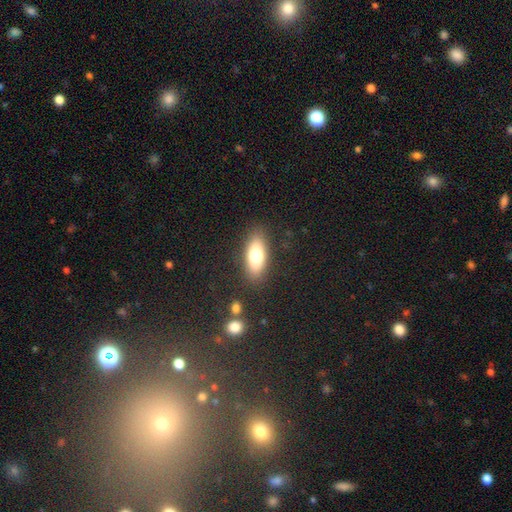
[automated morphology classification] smooth_or_featured: smooth (p=0.75) [alt: featured or disk p=0.18]
how_rounded: in between (p=0.77) [alt: cigar-shaped p=0.20]
merging: none (p=0.85) [alt: minor disturbance p=0.10]